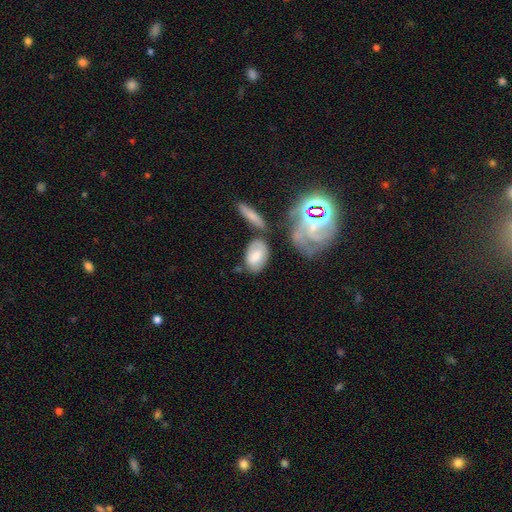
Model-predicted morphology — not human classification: Smooth or featured: smooth — 66% (featured or disk — 26%)
How rounded: in between — 90% (round — 8%)
Merging: none — 60% (minor disturbance — 19%)